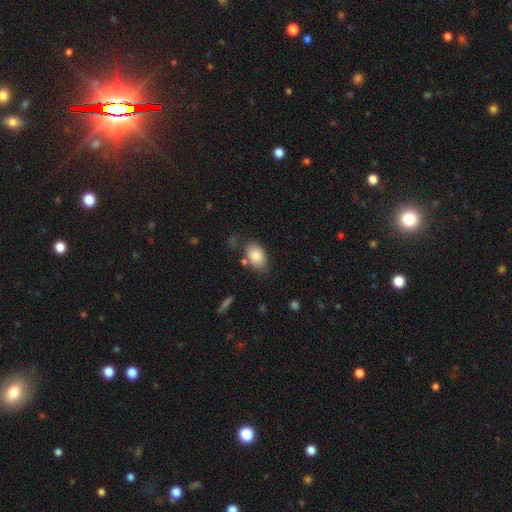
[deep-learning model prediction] This is clearly a smooth galaxy (84%). How rounded: clearly in between (89%). Merging: likely none (72%).